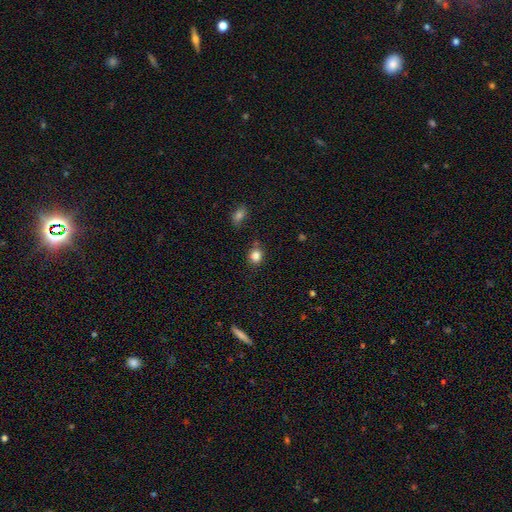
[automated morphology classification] smooth-or-featured: smooth: 84% | star or artifact: 11% | featured or disk: 5%
  how-rounded: round: 72% | in between: 27% | cigar-shaped: 1%
  merging: none: 76% | minor disturbance: 15% | merger: 6% | major disturbance: 4%